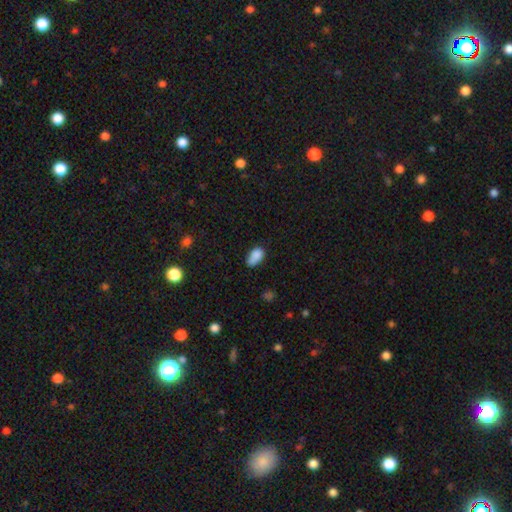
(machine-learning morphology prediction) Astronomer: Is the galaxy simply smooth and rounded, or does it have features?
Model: smooth — 85%.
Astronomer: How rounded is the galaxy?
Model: in between — 91%.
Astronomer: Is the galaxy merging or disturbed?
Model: none — 50% (runner-up: minor disturbance, 36%).